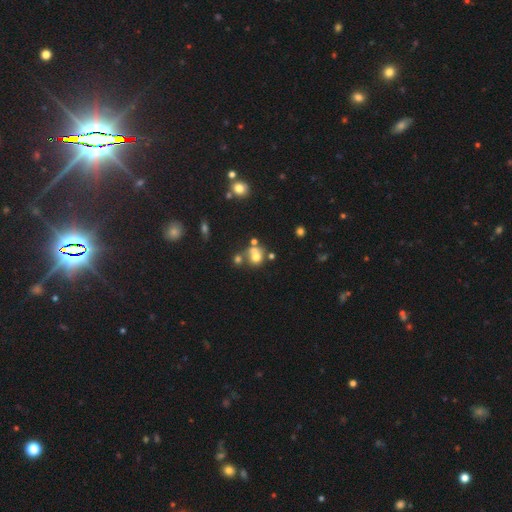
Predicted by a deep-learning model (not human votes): Q: Smooth or featured?
A: smooth (66%); runner-up: featured or disk (17%)
Q: How rounded?
A: round (78%); runner-up: in between (21%)
Q: Merging?
A: none (43%); runner-up: merger (38%)